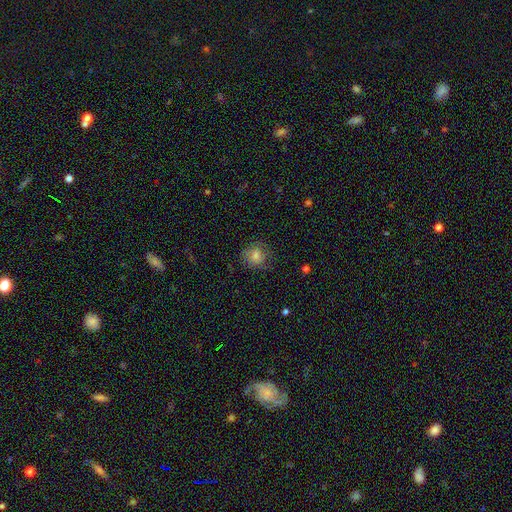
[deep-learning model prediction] A smooth galaxy with no disk features (69%) that is round (77%).

Vote fractions:
- Smooth or featured? smooth: 69% / featured or disk: 17% / star or artifact: 14%
- How rounded? round: 77% / in between: 22% / cigar-shaped: 1%
- Merging? none: 72% / minor disturbance: 19% / major disturbance: 8% / merger: 1%